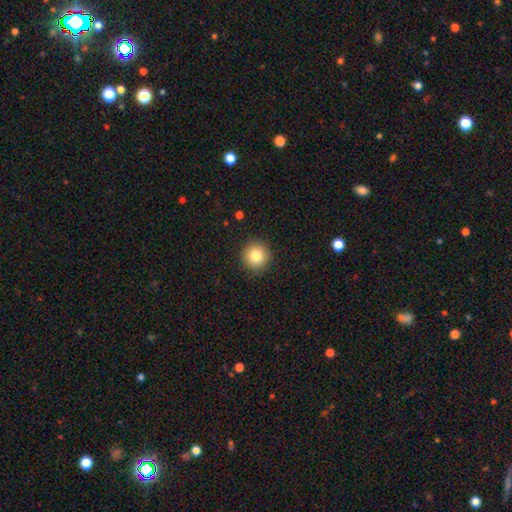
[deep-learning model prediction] Smooth or featured? Predicted: smooth (p=0.82). How rounded? Predicted: round (p=0.94). Merging? Predicted: none (p=0.90).